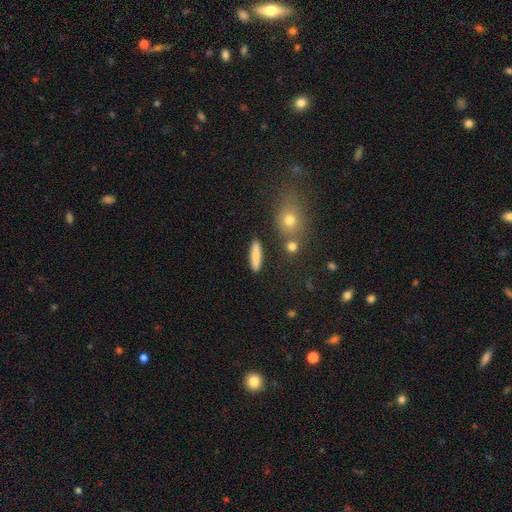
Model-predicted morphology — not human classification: The model was most divided on "how rounded": cigar-shaped: 74%, in between: 22%, round: 4%. More confident: merging — none (84%); smooth or featured — smooth (74%).